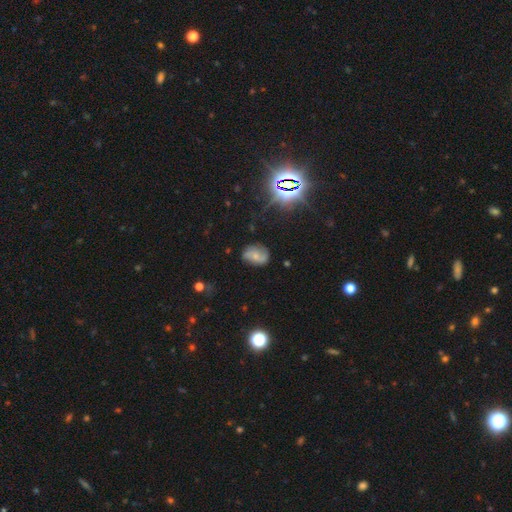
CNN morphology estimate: Smooth or featured?
  - featured or disk: 48% *
  - smooth: 36%
  - star or artifact: 16%
Merging?
  - none: 65% *
  - minor disturbance: 24%
  - major disturbance: 9%
  - merger: 3%